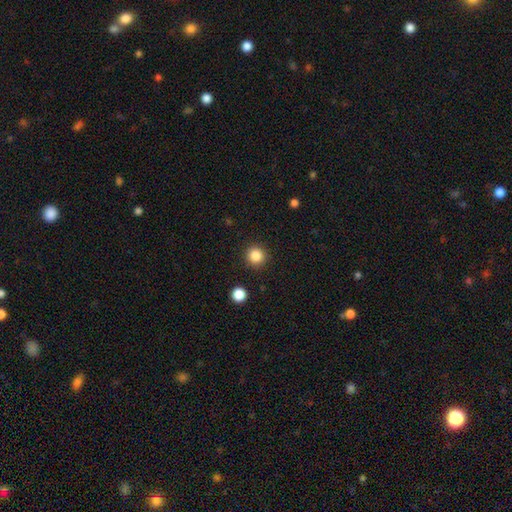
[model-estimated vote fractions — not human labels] A smooth galaxy with no disk features (85%) that is round (94%).

Vote fractions:
- Smooth or featured? smooth: 85% / star or artifact: 11% / featured or disk: 4%
- How rounded? round: 94% / in between: 5% / cigar-shaped: 1%
- Merging? none: 91% / minor disturbance: 6% / major disturbance: 2% / merger: 2%